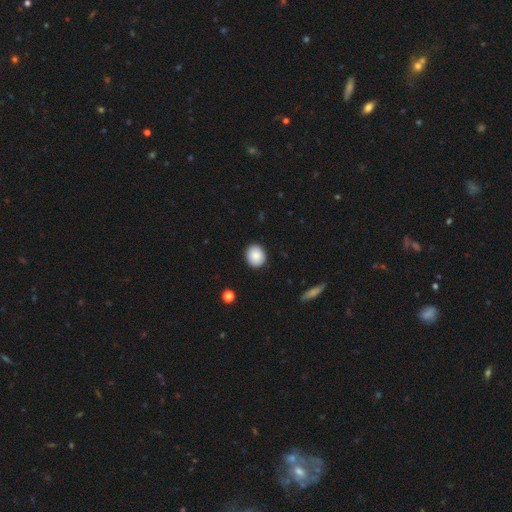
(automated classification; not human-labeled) Smooth or featured: smooth — 88% (star or artifact — 7%)
How rounded: round — 71% (in between — 28%)
Merging: none — 90% (minor disturbance — 7%)